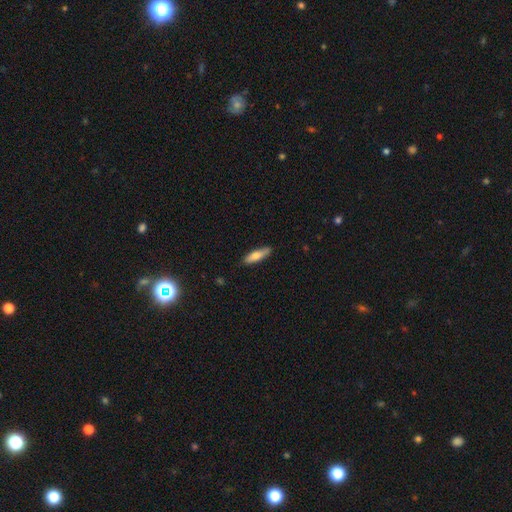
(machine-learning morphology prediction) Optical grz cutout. It shows a smooth galaxy with no disk features (74%) that is cigar-shaped (64%). Merging: none (84%).